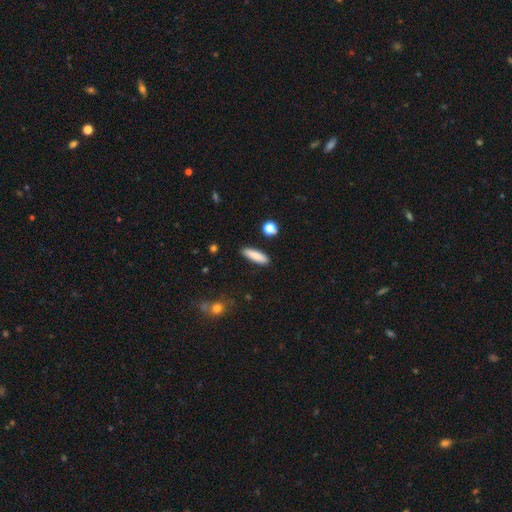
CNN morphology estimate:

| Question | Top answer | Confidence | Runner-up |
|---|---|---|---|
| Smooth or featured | smooth | 84% | featured or disk (10%) |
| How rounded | cigar-shaped | 66% | in between (32%) |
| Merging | none | 88% | minor disturbance (9%) |